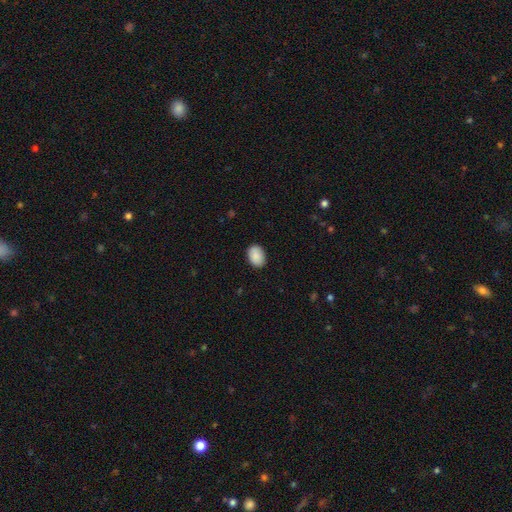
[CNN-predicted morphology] Smooth or featured: smooth — 90% (star or artifact — 6%)
How rounded: in between — 81% (round — 18%)
Merging: none — 88% (minor disturbance — 9%)